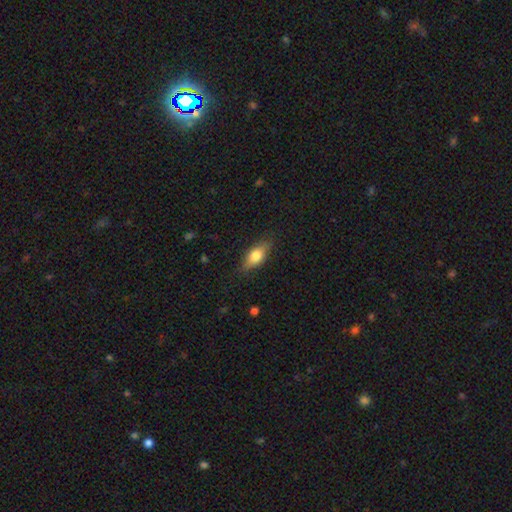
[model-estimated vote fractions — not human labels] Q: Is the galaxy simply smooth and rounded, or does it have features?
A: smooth — 71%.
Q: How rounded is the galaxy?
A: in between — 78%.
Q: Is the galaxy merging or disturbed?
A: none — 82%.